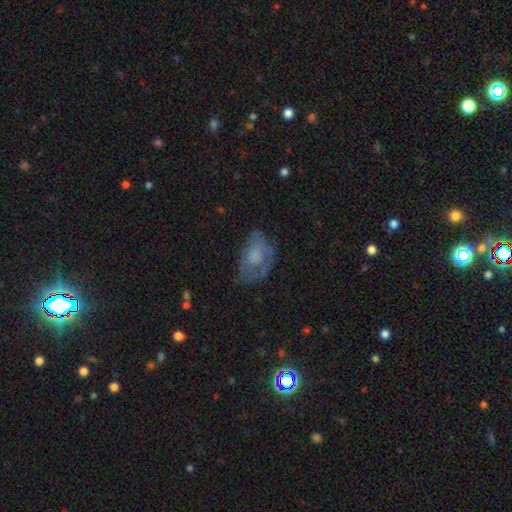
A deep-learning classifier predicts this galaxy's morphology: This is possibly a smooth galaxy (55%). How rounded: clearly in between (86%). Merging: possibly none (50%).